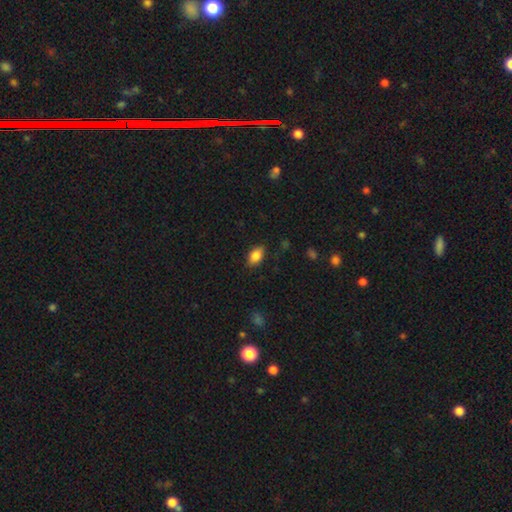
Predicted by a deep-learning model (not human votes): Morphology: type=smooth (85%); roundness=in between (89%); merging=none (84%).